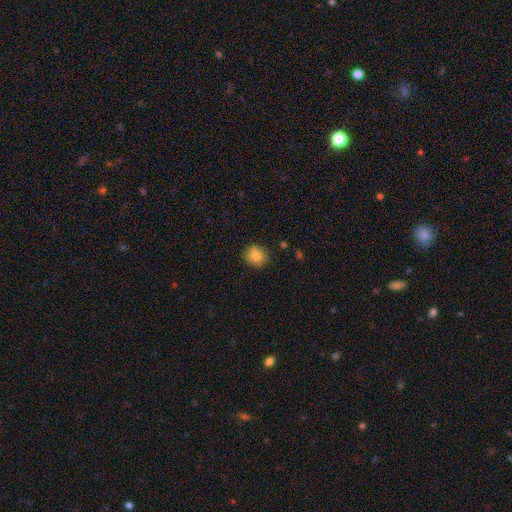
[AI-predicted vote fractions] The model was most divided on "merging": none: 78%, minor disturbance: 16%, merger: 3%, major disturbance: 3%. More confident: how rounded — round (81%); smooth or featured — smooth (80%).